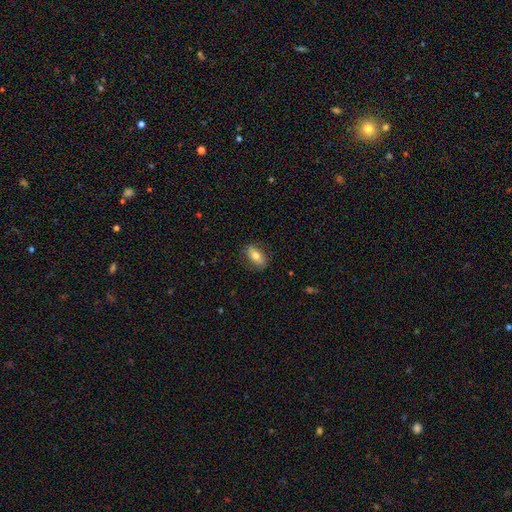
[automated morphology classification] Smooth or featured? Predicted: smooth (p=0.67). How rounded? Predicted: in between (p=0.88). Merging? Predicted: none (p=0.79).